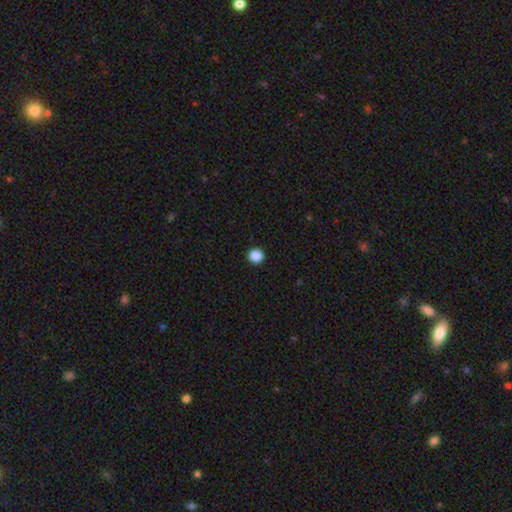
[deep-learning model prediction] Morphology: type=smooth (88%); roundness=round (94%); merging=none (93%).